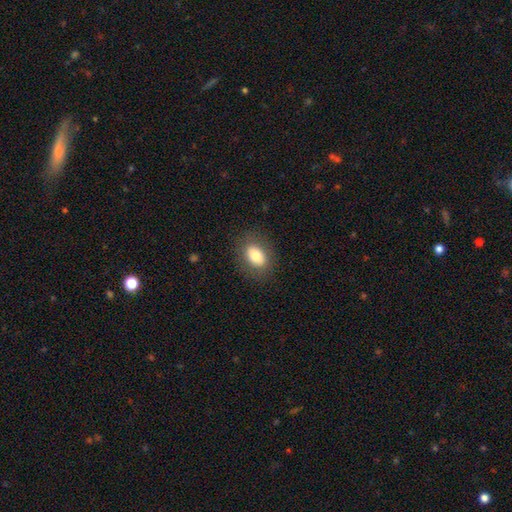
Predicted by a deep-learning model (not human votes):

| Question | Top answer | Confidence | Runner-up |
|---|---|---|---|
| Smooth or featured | smooth | 78% | featured or disk (13%) |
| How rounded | in between | 81% | round (18%) |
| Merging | none | 85% | minor disturbance (10%) |